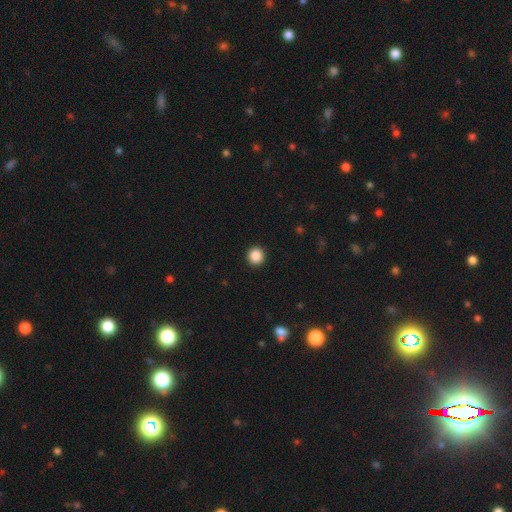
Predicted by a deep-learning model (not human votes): This is clearly a smooth galaxy (88%). How rounded: clearly round (94%). Merging: clearly none (94%).